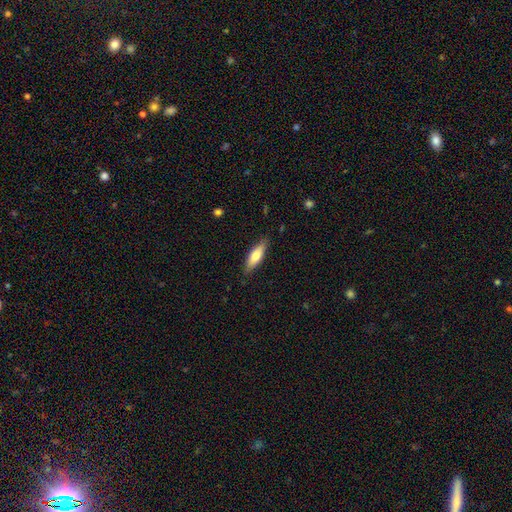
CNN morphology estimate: smooth-or-featured: smooth: 70% | featured or disk: 24% | star or artifact: 6%
  how-rounded: cigar-shaped: 52% | in between: 46% | round: 2%
  merging: none: 85% | minor disturbance: 11% | major disturbance: 2% | merger: 1%